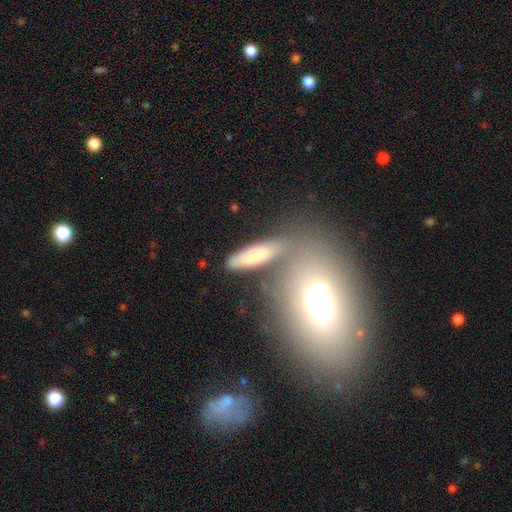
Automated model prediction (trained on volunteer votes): smooth_or_featured: smooth (p=0.69) [alt: featured or disk p=0.22]
how_rounded: cigar-shaped (p=0.58) [alt: in between p=0.38]
merging: none (p=0.58) [alt: merger p=0.19]